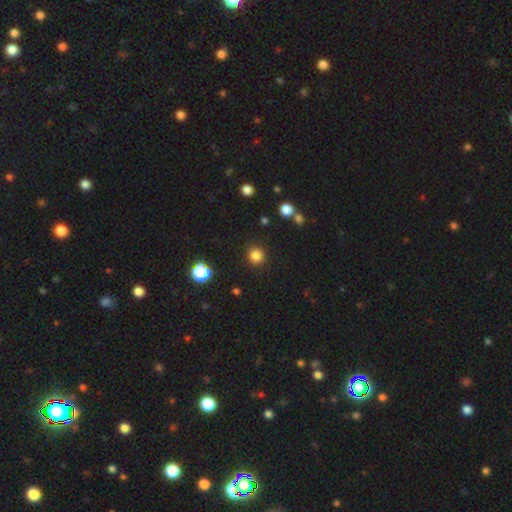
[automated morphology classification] The model was most divided on "smooth or featured": smooth: 82%, star or artifact: 14%, featured or disk: 4%. More confident: how rounded — round (93%); merging — none (90%).